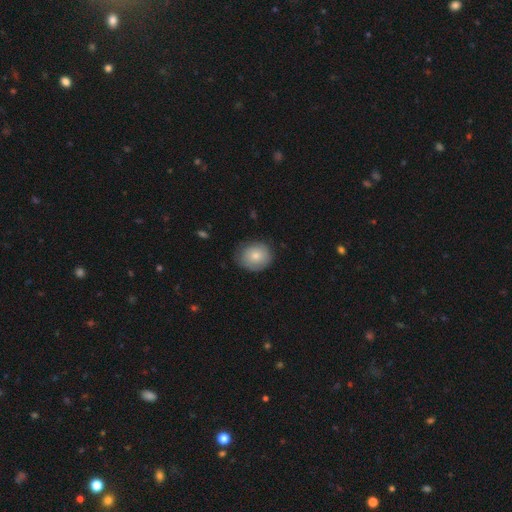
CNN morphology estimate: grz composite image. It shows a smooth galaxy with no disk features (77%) that is round (67%). Merging: none (75%).